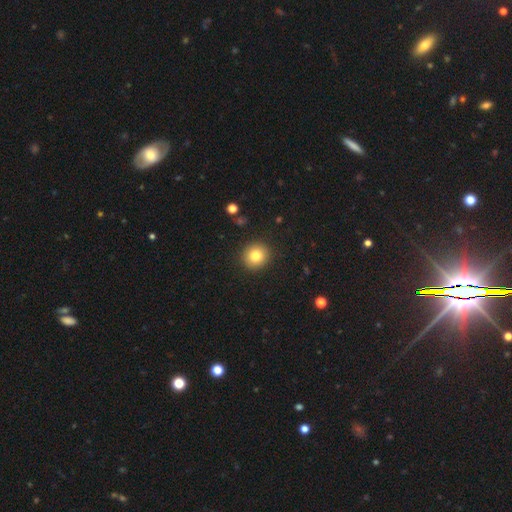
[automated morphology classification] A smooth galaxy with no disk features (82%) that is round (90%). Merging: none (91%).